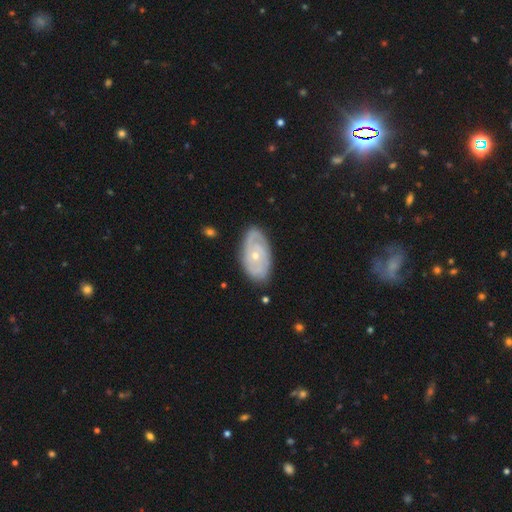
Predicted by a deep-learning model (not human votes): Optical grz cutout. It shows a featured or disk galaxy (77%) with no bar (81%), 2 (38%) tight (72%) spiral arms (86%) and a small central bulge (59%). Merging: none (79%).